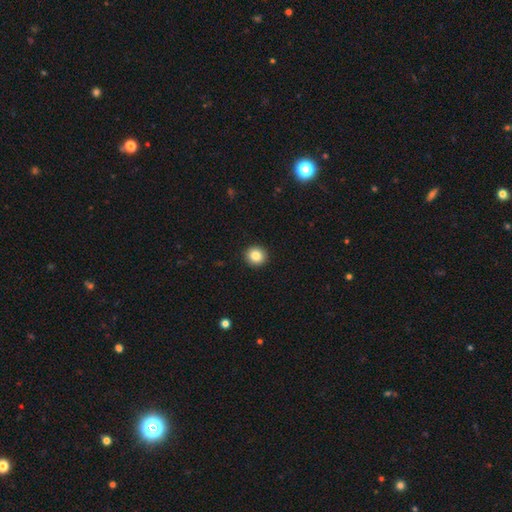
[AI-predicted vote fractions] Smooth or featured? smooth (85%)
How rounded? round (92%)
Merging? none (93%)